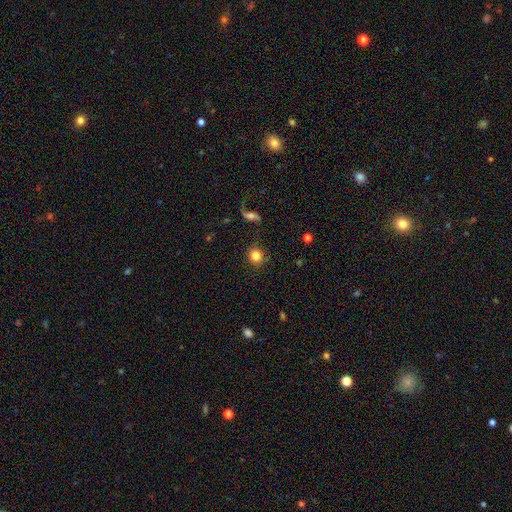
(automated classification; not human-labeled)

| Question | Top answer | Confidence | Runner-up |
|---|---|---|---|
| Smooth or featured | smooth | 82% | star or artifact (9%) |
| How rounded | round | 85% | in between (14%) |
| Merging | none | 83% | minor disturbance (10%) |